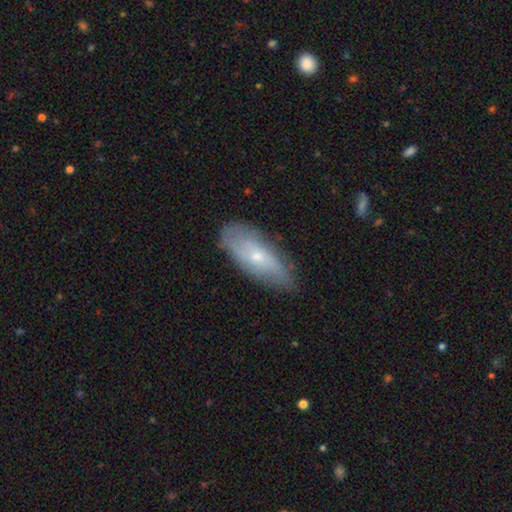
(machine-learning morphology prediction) This is possibly a featured or disk galaxy (47%). Merging: likely none (73%).